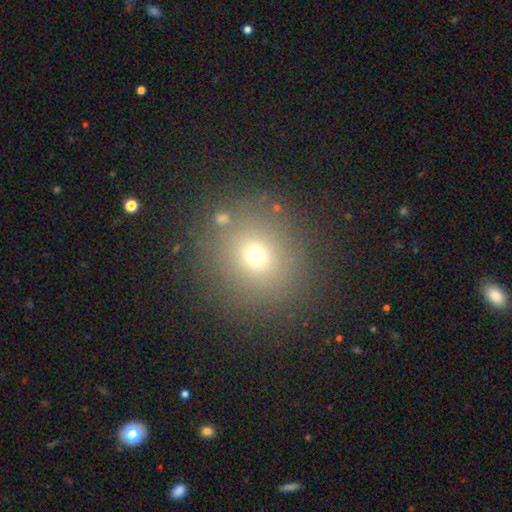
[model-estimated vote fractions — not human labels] Morphology: type=smooth (67%); roundness=round (88%); merging=none (86%).